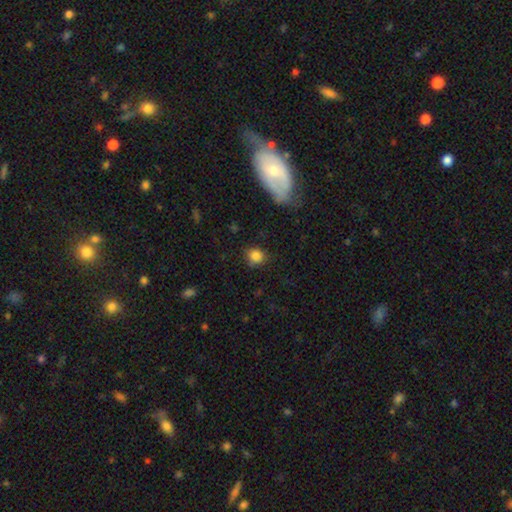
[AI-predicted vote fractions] Smooth or featured?
  - smooth: 83% *
  - star or artifact: 11%
  - featured or disk: 6%
How rounded?
  - round: 80% *
  - in between: 18%
  - cigar-shaped: 1%
Merging?
  - none: 80% *
  - minor disturbance: 14%
  - major disturbance: 4%
  - merger: 2%